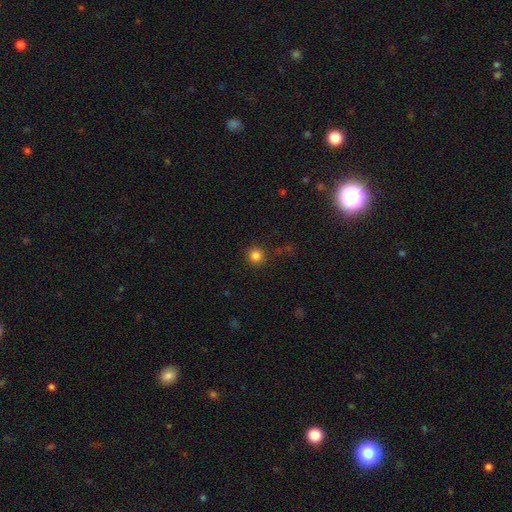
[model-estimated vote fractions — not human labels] Morphology: type=smooth (84%); roundness=round (94%); merging=none (88%).